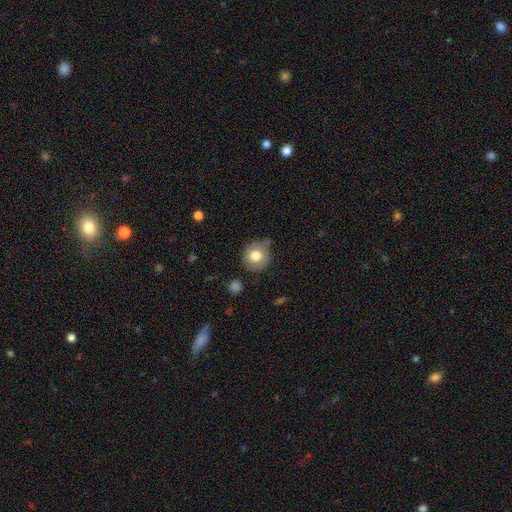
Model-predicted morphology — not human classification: Q: Smooth or featured?
A: smooth (76%); runner-up: featured or disk (15%)
Q: How rounded?
A: round (88%); runner-up: in between (11%)
Q: Merging?
A: none (73%); runner-up: minor disturbance (19%)